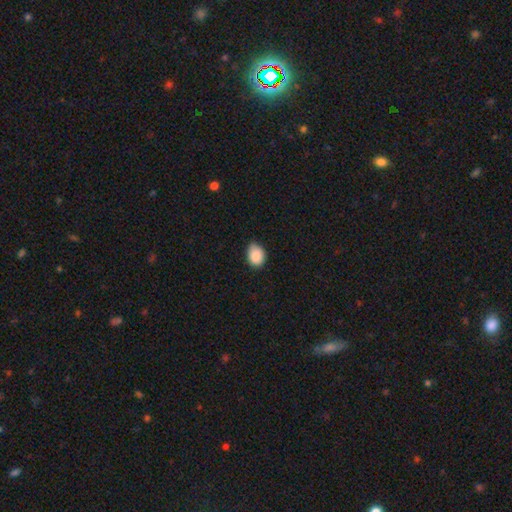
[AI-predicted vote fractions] Smooth or featured? Predicted: smooth (p=0.89). How rounded? Predicted: in between (p=0.62). Merging? Predicted: none (p=0.67).